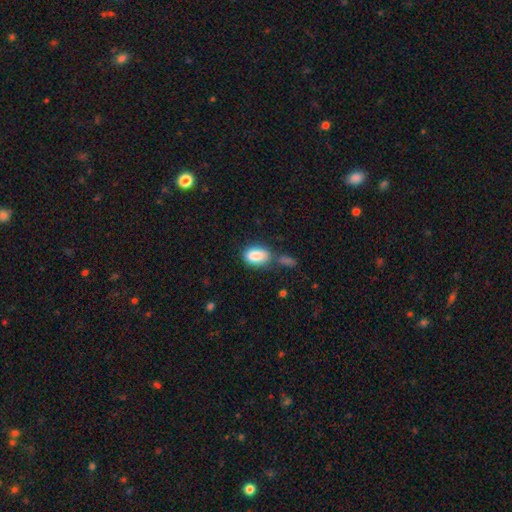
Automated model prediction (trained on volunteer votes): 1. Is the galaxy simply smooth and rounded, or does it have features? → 86% smooth, 7% star or artifact, 6% featured or disk.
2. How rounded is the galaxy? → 87% in between, 11% round, 2% cigar-shaped.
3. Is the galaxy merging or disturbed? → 54% none, 20% minor disturbance, 19% merger, 7% major disturbance.